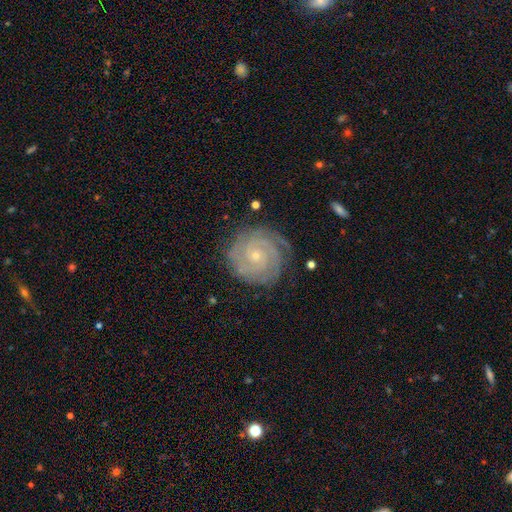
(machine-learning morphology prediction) Smooth or featured: featured or disk — 89% (smooth — 6%)
Edge-on disk: no — 98% (yes — 2%)
Bar: no — 76% (weak — 19%)
Spiral arms: yes — 98% (no — 2%)
Spiral winding: tight — 83% (medium — 15%)
Spiral arm count: 2 — 32% (3 — 28%)
Bulge size: small — 79% (moderate — 18%)
Merging: none — 80% (minor disturbance — 14%)